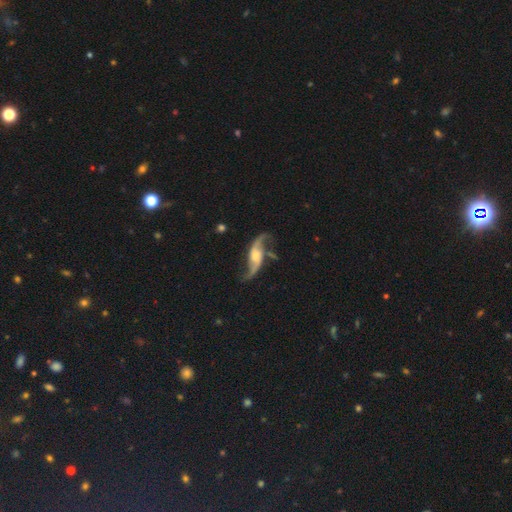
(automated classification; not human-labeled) Morphology: type=featured or disk (89%); edge-on=no (93%); bar=no (54%); spiral arms=yes (96%); winding=loose (85%); arm count=2 (93%); bulge=moderate (45%); merging=none (68%).